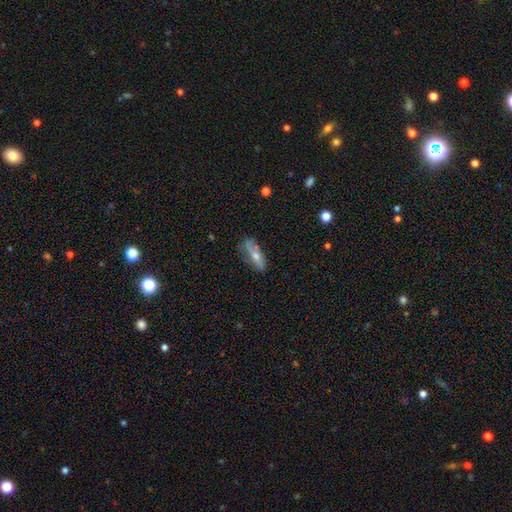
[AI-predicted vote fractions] Morphology: type=featured or disk (46%); merging=none (67%).